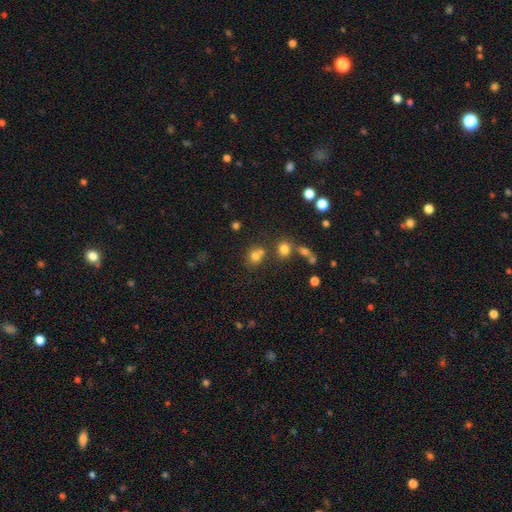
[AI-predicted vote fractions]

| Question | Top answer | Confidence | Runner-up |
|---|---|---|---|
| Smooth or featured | smooth | 72% | star or artifact (17%) |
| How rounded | round | 74% | in between (25%) |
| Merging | none | 50% | merger (35%) |